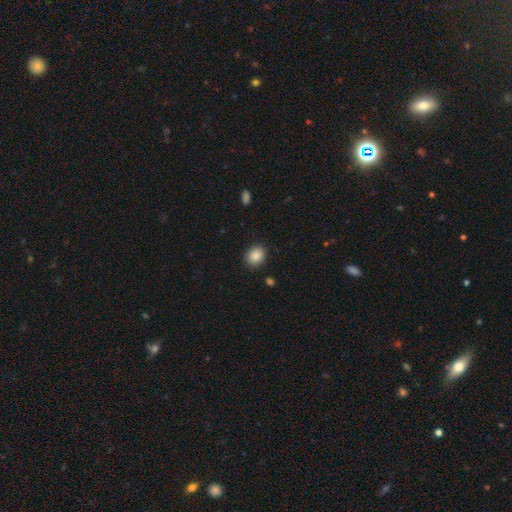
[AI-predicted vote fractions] Smooth or featured?
  - smooth: 88% *
  - star or artifact: 8%
  - featured or disk: 4%
How rounded?
  - round: 52% *
  - in between: 47%
  - cigar-shaped: 1%
Merging?
  - none: 87% *
  - minor disturbance: 9%
  - major disturbance: 2%
  - merger: 1%